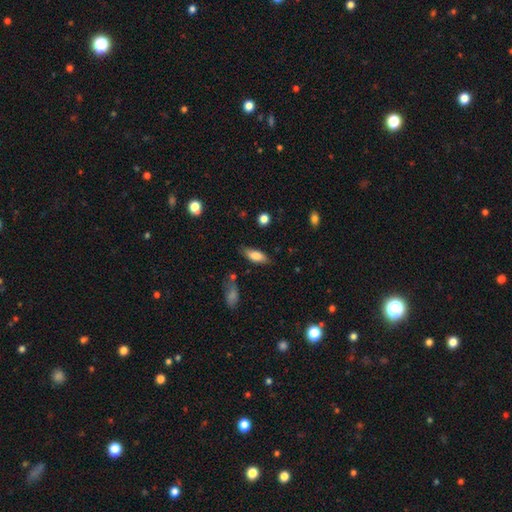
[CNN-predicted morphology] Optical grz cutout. It shows a smooth galaxy with no disk features (77%) that is in between round and cigar-shaped (76%). Merging: none (75%).